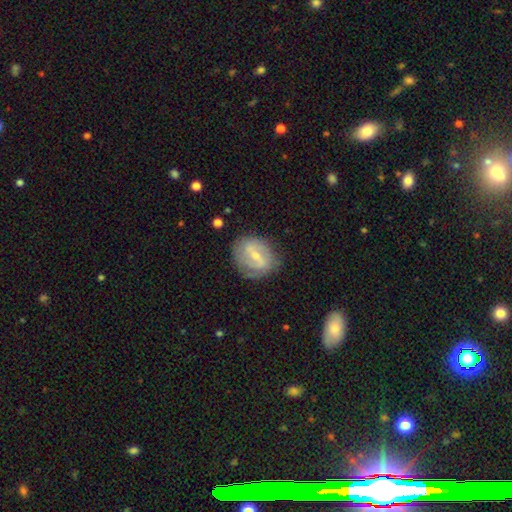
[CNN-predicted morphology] A featured or disk galaxy (68%) with a weak bar (48%), spiral arms (73%) and a small central bulge (59%). Merging: none (71%).